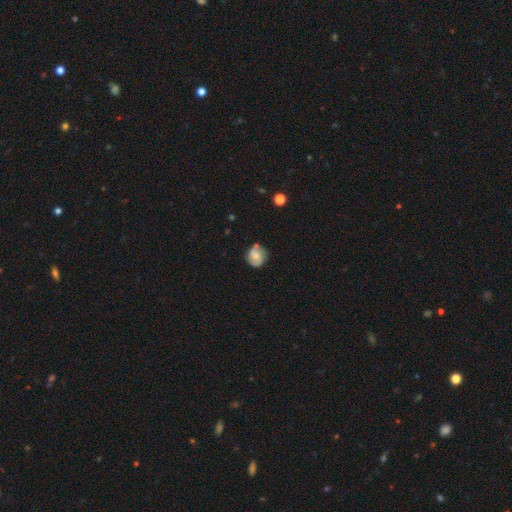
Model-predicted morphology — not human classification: This is possibly a smooth galaxy (47%). Merging: likely none (68%).